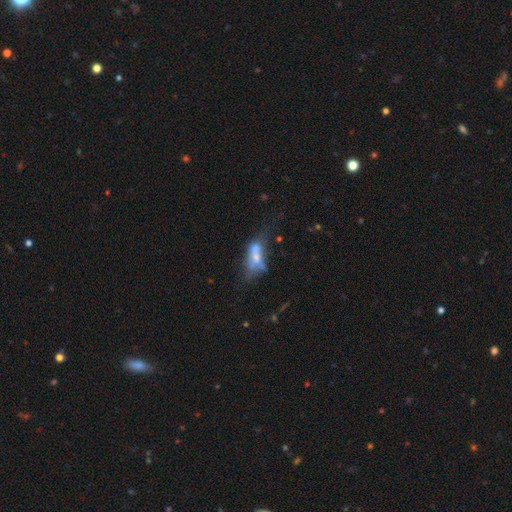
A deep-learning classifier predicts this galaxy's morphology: A smooth galaxy with no disk features (51%) that is in between round and cigar-shaped (78%).

Vote fractions:
- Smooth or featured? smooth: 51% / featured or disk: 37% / star or artifact: 12%
- How rounded? in between: 78% / cigar-shaped: 17% / round: 4%
- Merging? major disturbance: 30% / merger: 26% / none: 24% / minor disturbance: 20%